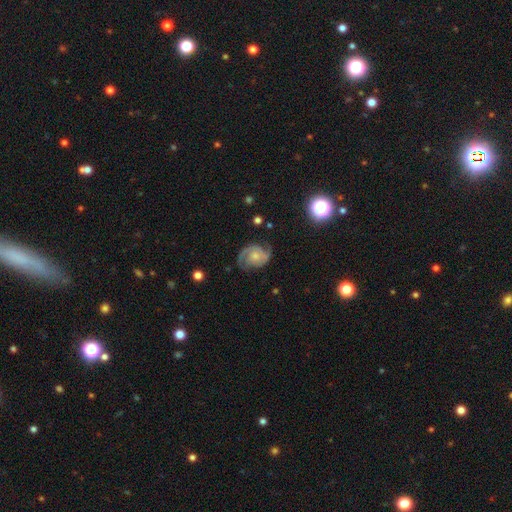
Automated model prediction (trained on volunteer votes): Smooth or featured? featured or disk (85%)
Edge-on disk? no (98%)
Bar? no (71%)
Spiral arms? yes (97%)
Spiral winding? medium (48%)
Spiral arm count? 2 (85%)
Bulge size? small (47%)
Merging? none (73%)